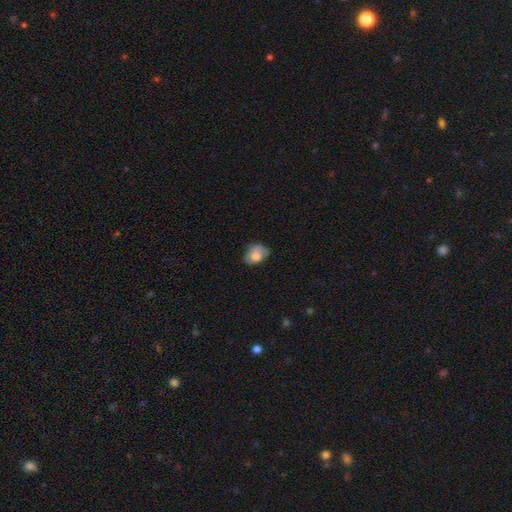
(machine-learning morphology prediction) This is likely a smooth galaxy (71%). How rounded: likely in between (75%). Merging: possibly none (52%).